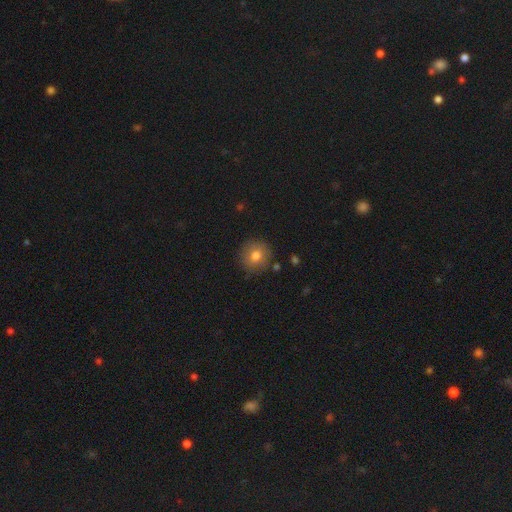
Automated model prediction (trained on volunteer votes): This is likely a smooth galaxy (77%). How rounded: clearly round (91%). Merging: clearly none (85%).